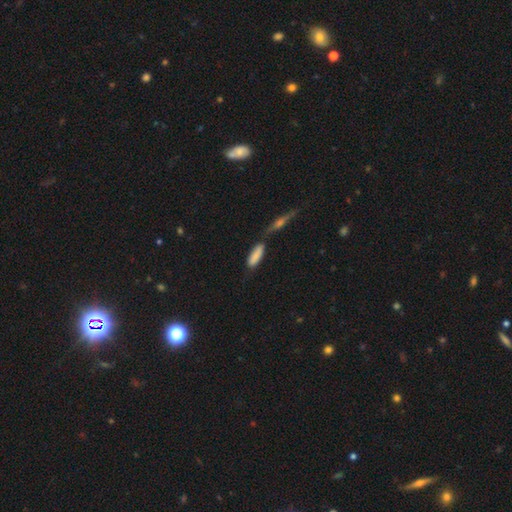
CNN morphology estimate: A smooth galaxy with no disk features (81%) that is in between round and cigar-shaped (52%).

Vote fractions:
- Smooth or featured? smooth: 81% / featured or disk: 12% / star or artifact: 7%
- How rounded? in between: 52% / cigar-shaped: 46% / round: 2%
- Merging? none: 55% / merger: 22% / minor disturbance: 18% / major disturbance: 5%